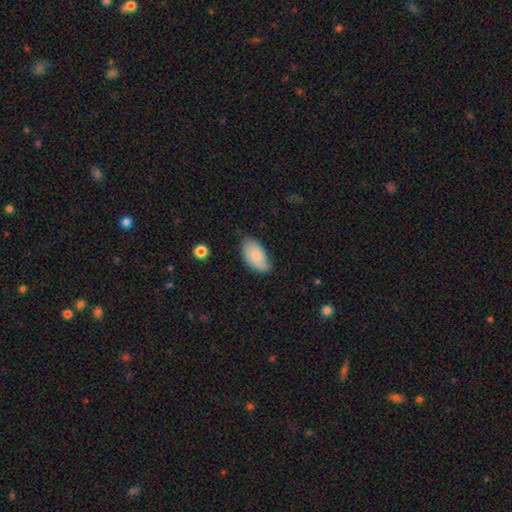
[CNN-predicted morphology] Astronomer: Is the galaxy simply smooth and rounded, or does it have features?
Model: smooth — 74%.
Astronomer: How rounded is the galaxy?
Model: in between — 95%.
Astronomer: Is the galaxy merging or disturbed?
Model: none — 65%.